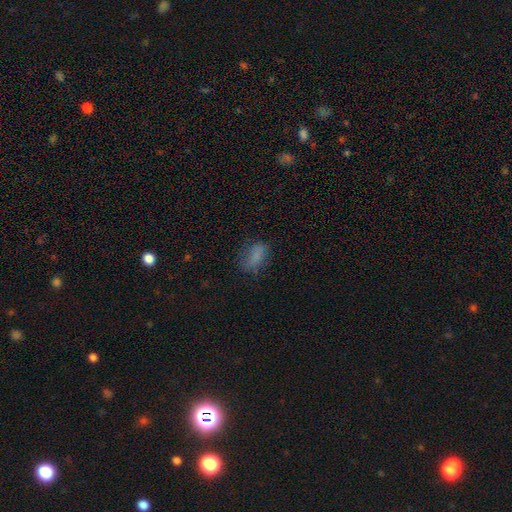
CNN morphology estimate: Smooth or featured? Predicted: smooth (p=0.74). How rounded? Predicted: in between (p=0.86). Merging? Predicted: none (p=0.60).